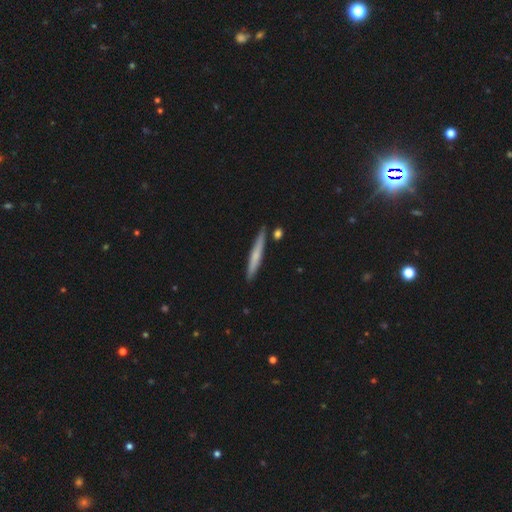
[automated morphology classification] smooth 57%, featured or disk 37%, star or artifact 6%. Down the decision tree: how rounded — cigar-shaped (95%); merging — none (86%).